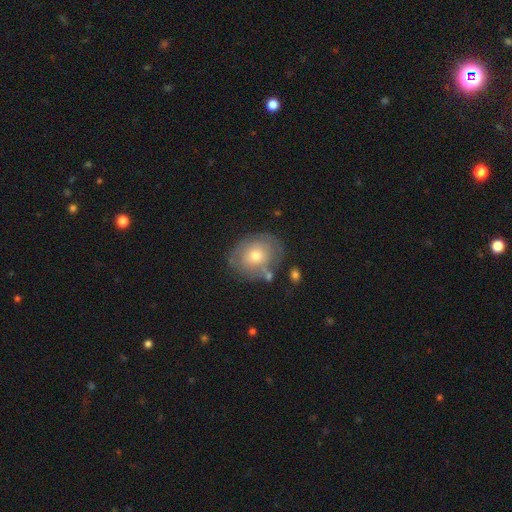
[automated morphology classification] This is possibly a smooth galaxy (54%). How rounded: possibly round (59%). Merging: likely none (67%).